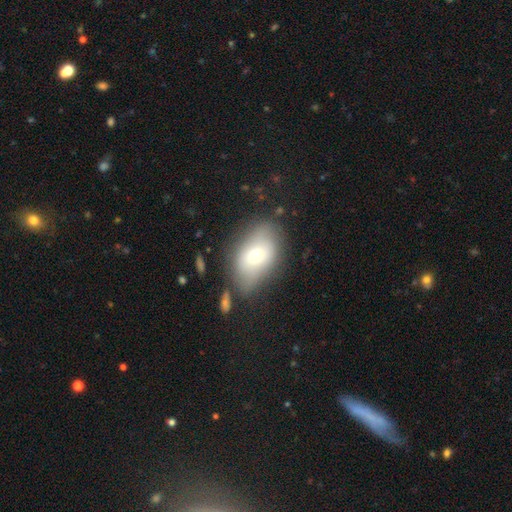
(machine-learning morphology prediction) This appears to be a smooth galaxy with no disk features (67%) that is in between round and cigar-shaped (84%). Merging: none (68%).